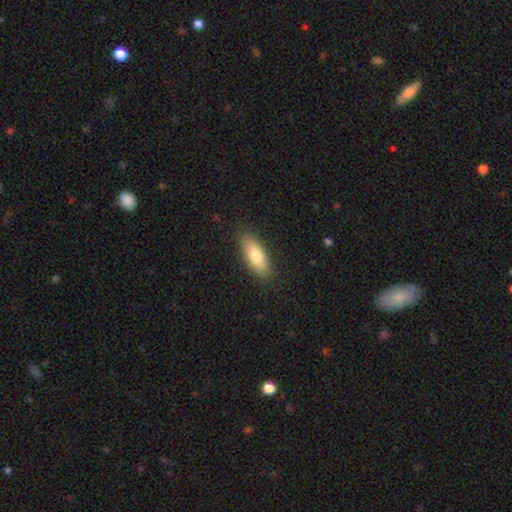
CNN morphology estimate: Smooth or featured? smooth (74%)
How rounded? in between (72%)
Merging? none (87%)